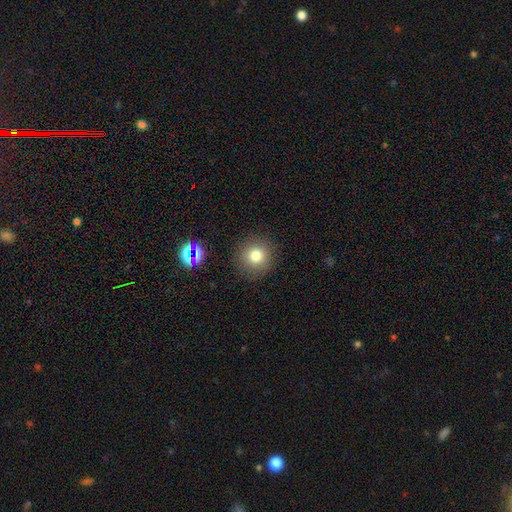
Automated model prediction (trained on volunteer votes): Smooth or featured?
  - smooth: 76% *
  - star or artifact: 15%
  - featured or disk: 9%
How rounded?
  - round: 93% *
  - in between: 6%
  - cigar-shaped: 1%
Merging?
  - none: 88% *
  - minor disturbance: 7%
  - major disturbance: 3%
  - merger: 2%